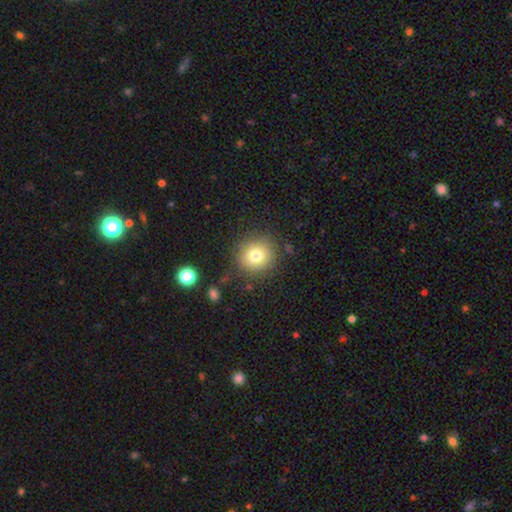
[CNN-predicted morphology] Smooth or featured? Predicted: smooth (p=0.76). How rounded? Predicted: round (p=0.90). Merging? Predicted: none (p=0.85).